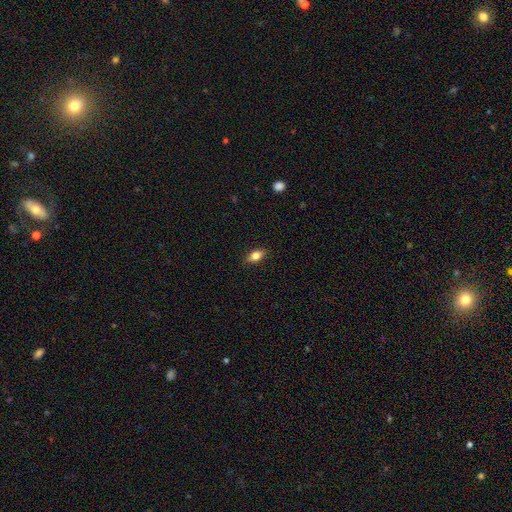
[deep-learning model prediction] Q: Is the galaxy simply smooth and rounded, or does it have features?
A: smooth — 78%.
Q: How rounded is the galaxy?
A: in between — 83%.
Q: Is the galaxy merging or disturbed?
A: none — 86%.